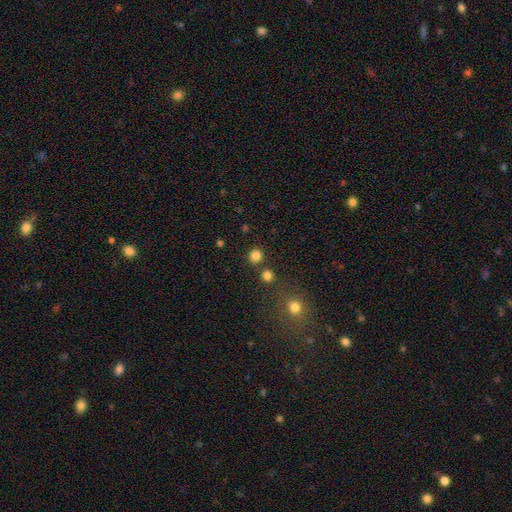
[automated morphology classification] Overall: smooth (82%). How rounded: round (91%). Merging: none (84%).